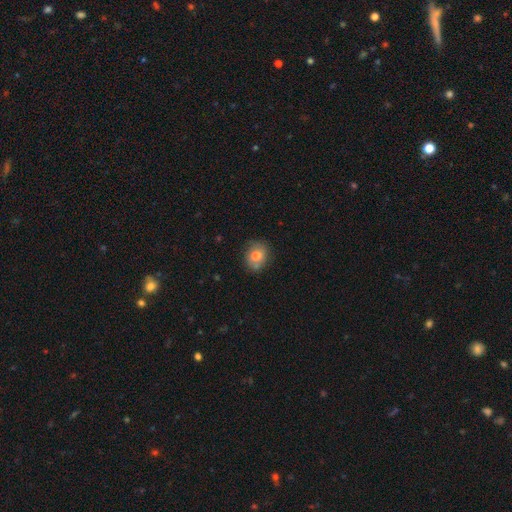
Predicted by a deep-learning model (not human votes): The model was most divided on "how rounded": round: 72%, in between: 27%, cigar-shaped: 1%. More confident: smooth or featured — smooth (72%); merging — none (71%).